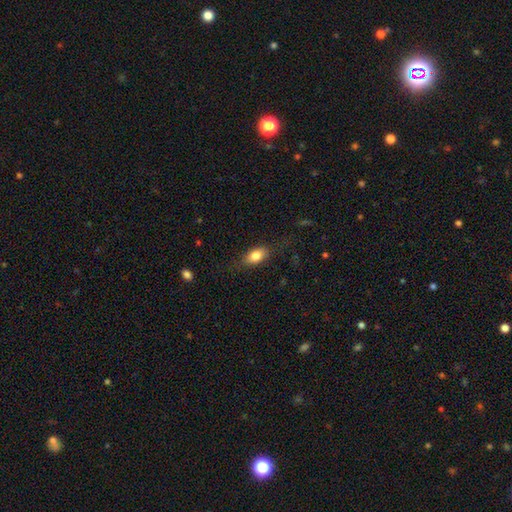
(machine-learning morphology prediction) The model was most divided on "merging": none: 78%, minor disturbance: 15%, major disturbance: 6%, merger: 1%. More confident: how rounded — in between (87%); smooth or featured — smooth (81%).